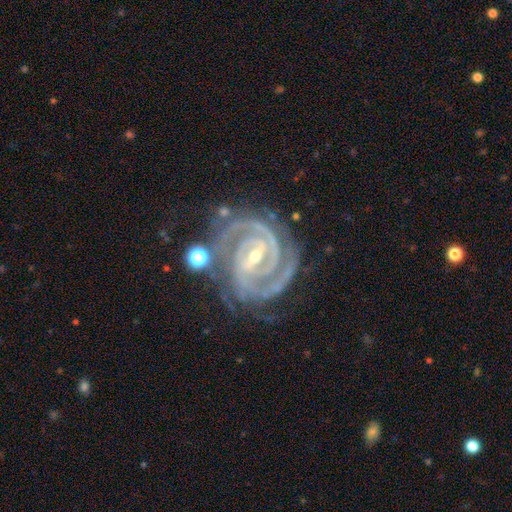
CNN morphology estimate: A featured or disk galaxy (93%) with a strong bar (50%), 2 (62%) tight (82%) spiral arms (99%) and a small central bulge (63%).

Vote fractions:
- Smooth or featured? featured or disk: 93% / star or artifact: 5% / smooth: 2%
- Edge-on disk? no: 97% / yes: 3%
- Bar? strong: 50% / weak: 37% / no: 13%
- Spiral arms? yes: 99% / no: 1%
- Spiral winding? tight: 82% / medium: 17% / loose: 2%
- Spiral arm count? 2: 62% / 3: 21% / can't tell: 5% / 4: 5% / more than 4: 3% / 1: 3%
- Bulge size? small: 63% / moderate: 34% / large: 1% / none: 1% / dominant: 1%
- Merging? none: 73% / minor disturbance: 17% / major disturbance: 5% / merger: 4%